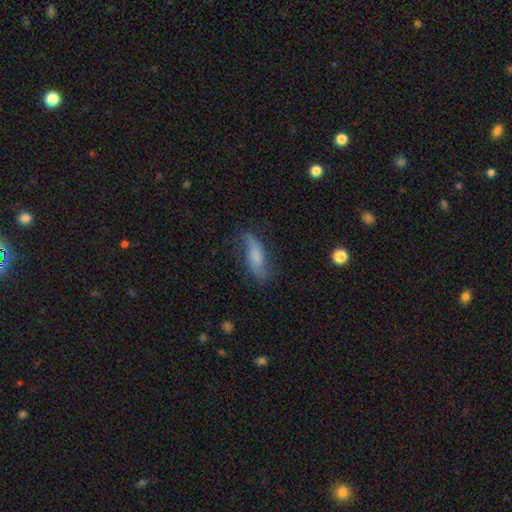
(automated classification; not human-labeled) This is possibly a smooth galaxy (60%). How rounded: possibly in between (54%). Merging: likely none (62%).